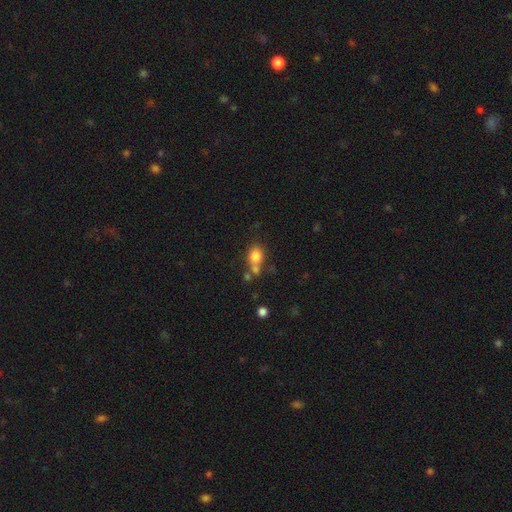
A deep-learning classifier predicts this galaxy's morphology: Q: Smooth or featured?
A: smooth (80%); runner-up: star or artifact (11%)
Q: How rounded?
A: round (51%); runner-up: in between (48%)
Q: Merging?
A: none (47%); runner-up: merger (33%)